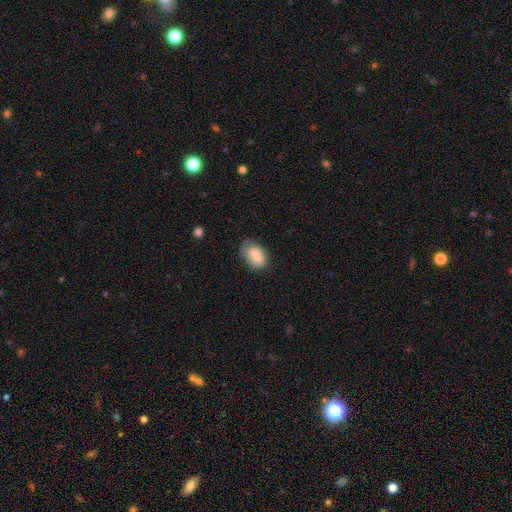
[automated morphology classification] Smooth or featured: smooth — 81% (featured or disk — 12%)
How rounded: in between — 87% (round — 11%)
Merging: none — 63% (minor disturbance — 28%)